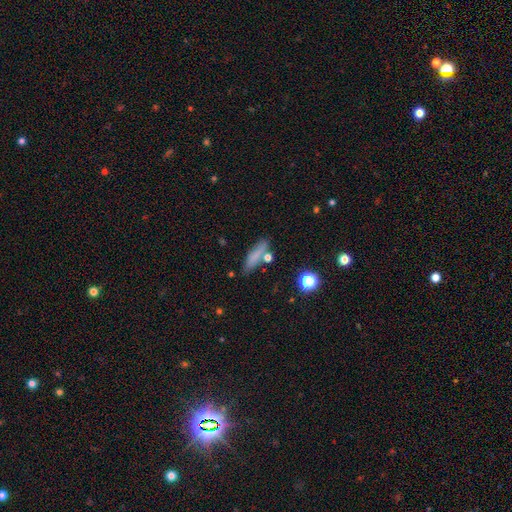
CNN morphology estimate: Smooth or featured? smooth (75%)
How rounded? cigar-shaped (65%)
Merging? none (72%)